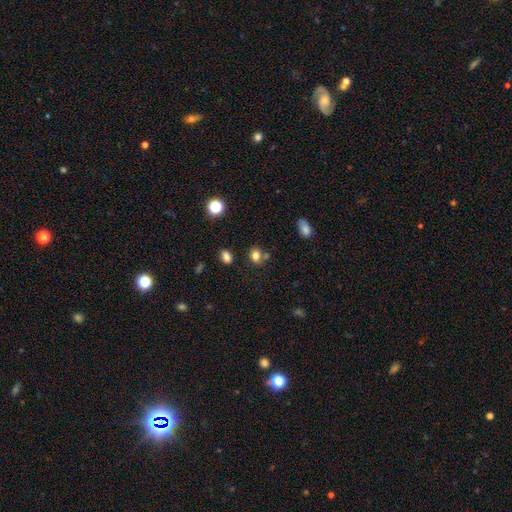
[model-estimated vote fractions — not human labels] Overall: smooth (78%). How rounded: round (56%; in between 43%). Merging: none (63%).